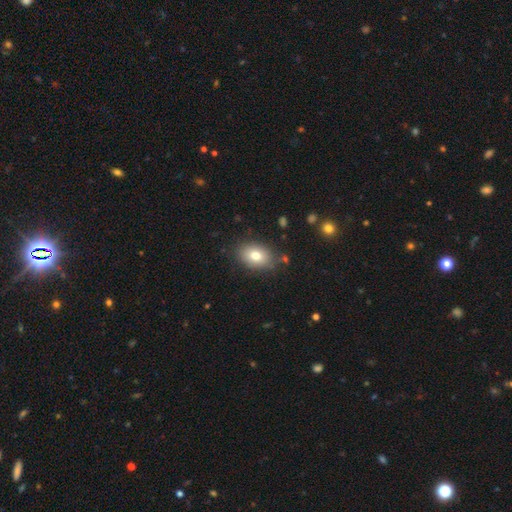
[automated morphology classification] smooth 78%, featured or disk 12%, star or artifact 9%. Down the decision tree: how rounded — in between (79%); merging — none (81%).